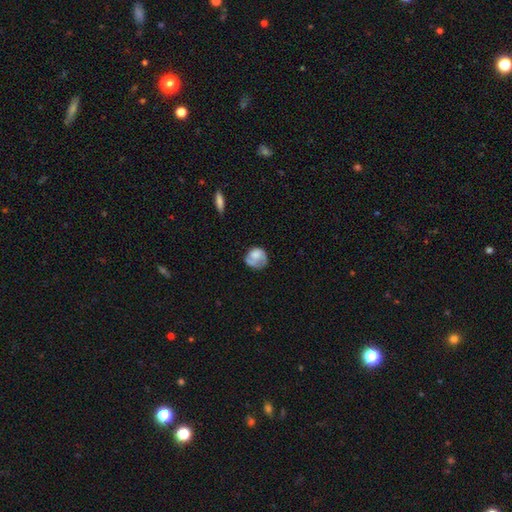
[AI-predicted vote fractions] This appears to be a smooth galaxy with no disk features (63%) that is round (71%). Merging: none (44%).